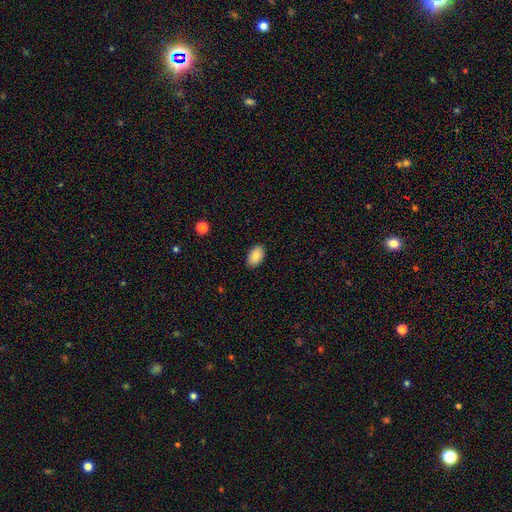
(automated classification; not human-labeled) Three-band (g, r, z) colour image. It shows a smooth galaxy with no disk features (86%) that is in between round and cigar-shaped (91%). Merging: none (88%).